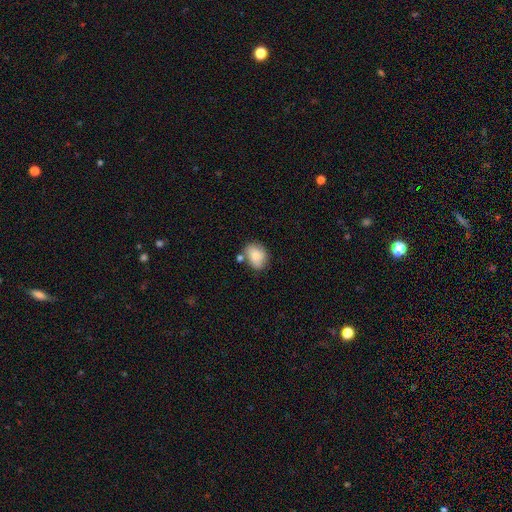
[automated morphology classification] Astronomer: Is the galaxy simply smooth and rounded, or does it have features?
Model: smooth — 77%.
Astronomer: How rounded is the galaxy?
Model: in between — 62%.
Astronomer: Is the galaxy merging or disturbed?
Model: none — 62%.